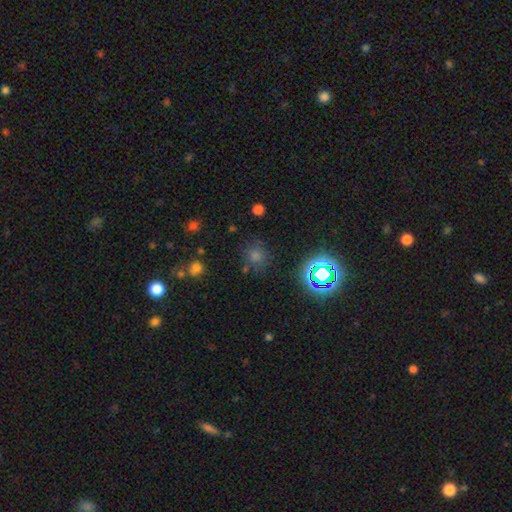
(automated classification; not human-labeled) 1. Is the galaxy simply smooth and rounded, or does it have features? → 56% smooth, 37% star or artifact, 7% featured or disk.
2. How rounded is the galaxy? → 88% round, 11% in between, 1% cigar-shaped.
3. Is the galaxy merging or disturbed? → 81% none, 11% minor disturbance, 4% merger, 4% major disturbance.